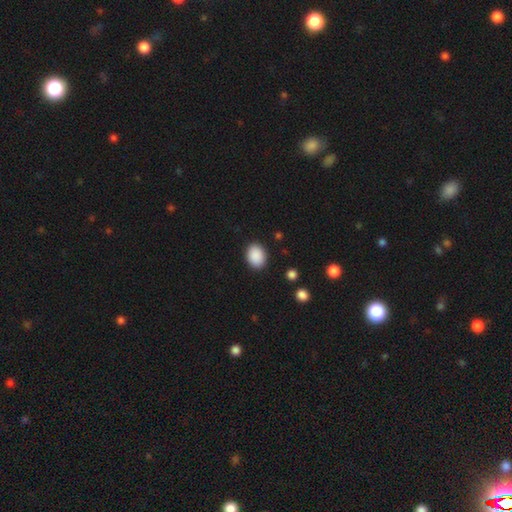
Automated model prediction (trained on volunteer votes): Q: Smooth or featured?
A: smooth (90%); runner-up: star or artifact (8%)
Q: How rounded?
A: in between (68%); runner-up: round (31%)
Q: Merging?
A: none (89%); runner-up: minor disturbance (8%)